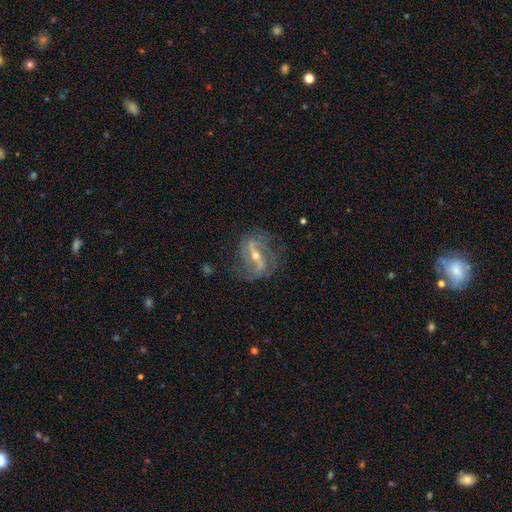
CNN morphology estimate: Overall: featured or disk (87%). Edge-on disk: no (95%). Bar: strong (57%; weak 31%). Spiral arms: yes (92%). Spiral arm count: 2 (70%). Spiral winding: medium (44%; loose 33%). Bulge size: moderate (53%; small 44%). Merging: none (69%).